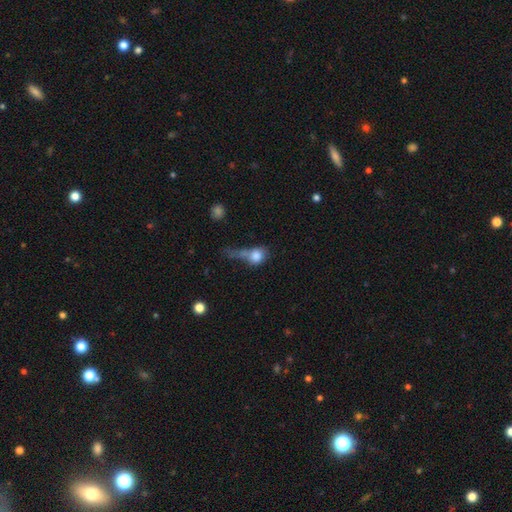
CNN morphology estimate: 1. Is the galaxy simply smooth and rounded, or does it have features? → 74% smooth, 15% featured or disk, 11% star or artifact.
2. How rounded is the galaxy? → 57% round, 39% in between, 4% cigar-shaped.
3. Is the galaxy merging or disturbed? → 34% major disturbance, 28% merger, 21% none, 17% minor disturbance.